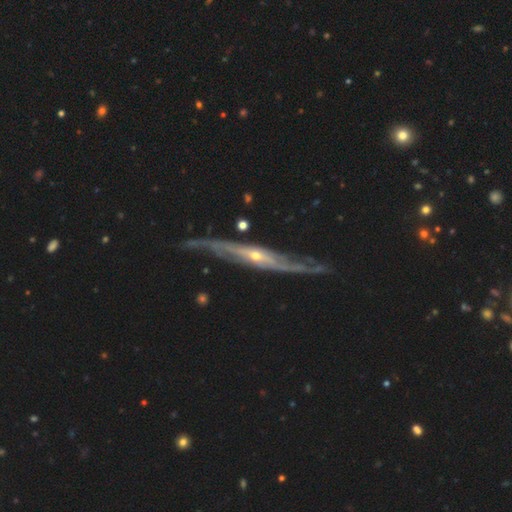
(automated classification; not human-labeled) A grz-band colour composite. It shows a featured or disk galaxy (88%) with not edge-on (50%, tied with yes). Merging: none (67%).